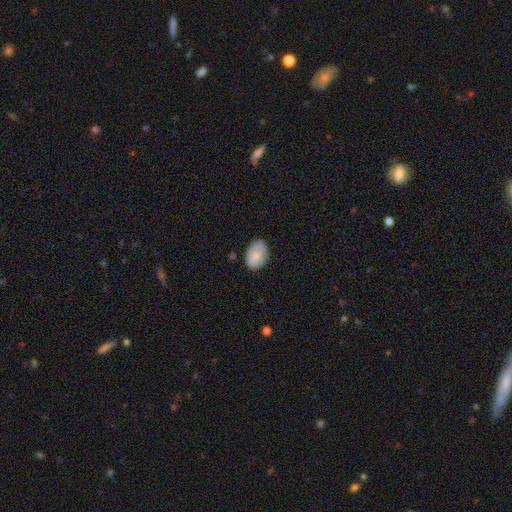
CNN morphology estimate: Smooth or featured: smooth — 78% (featured or disk — 15%)
How rounded: in between — 82% (round — 17%)
Merging: none — 74% (minor disturbance — 21%)